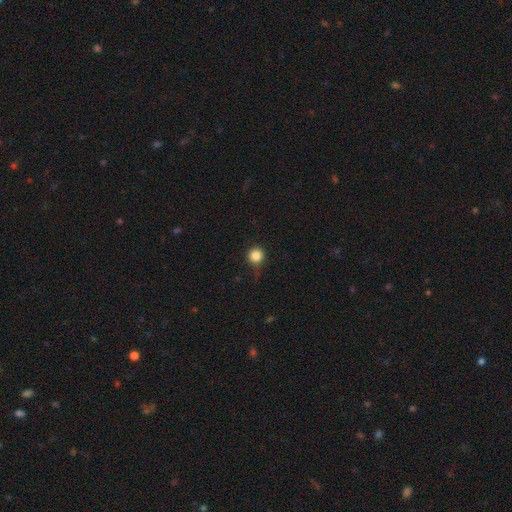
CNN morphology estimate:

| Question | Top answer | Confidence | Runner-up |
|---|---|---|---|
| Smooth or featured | smooth | 85% | star or artifact (11%) |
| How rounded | round | 96% | in between (3%) |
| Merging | none | 82% | minor disturbance (13%) |